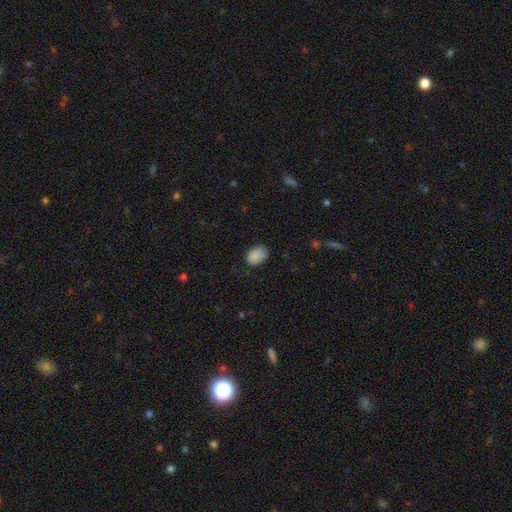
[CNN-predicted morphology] Smooth or featured: smooth — 88% (star or artifact — 8%)
How rounded: in between — 72% (round — 27%)
Merging: none — 75% (minor disturbance — 20%)